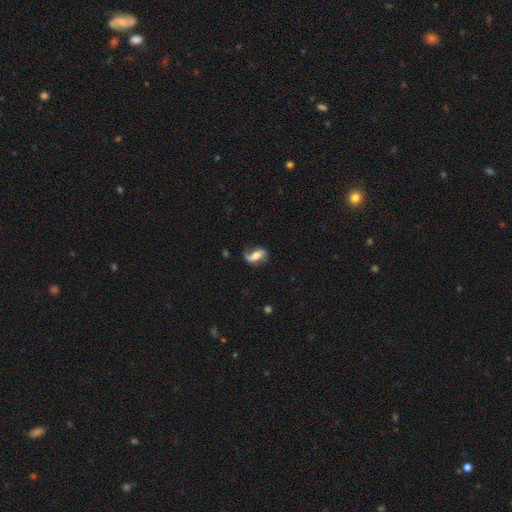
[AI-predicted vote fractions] smooth-or-featured: featured or disk: 69% | smooth: 24% | star or artifact: 7%
  disk-edge-on: no: 95% | yes: 5%
    bar: weak: 36% | no: 34% | strong: 30%
    has-spiral-arms: yes: 92% | no: 8%
      spiral-winding: loose: 63% | medium: 27% | tight: 10%
      spiral-arm-count: 2: 68% | 1: 26% | can't tell: 3% | 3: 1% | 4: 1% | more than 4: 1%
    bulge-size: moderate: 42% | small: 24% | large: 19% | none: 11% | dominant: 4%
  merging: none: 58% | minor disturbance: 22% | major disturbance: 17% | merger: 3%